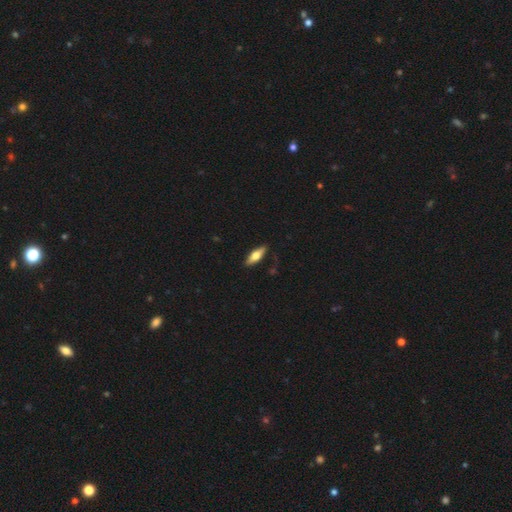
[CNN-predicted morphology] Smooth or featured? smooth (51%)
How rounded? in between (50%)
Merging? none (87%)